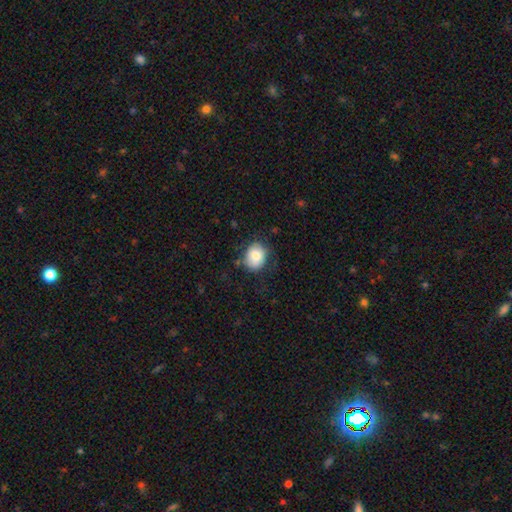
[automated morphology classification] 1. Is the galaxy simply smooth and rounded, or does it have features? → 83% smooth, 9% featured or disk, 8% star or artifact.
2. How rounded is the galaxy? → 54% round, 45% in between, 1% cigar-shaped.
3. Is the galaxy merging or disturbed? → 72% none, 20% minor disturbance, 6% major disturbance, 2% merger.